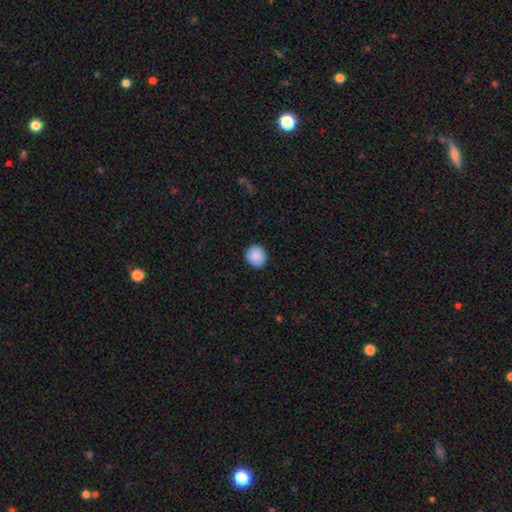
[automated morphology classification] Overall: smooth (89%). How rounded: round (82%). Merging: none (89%).